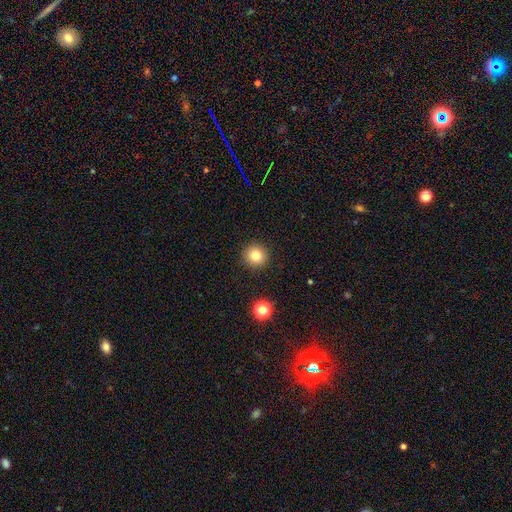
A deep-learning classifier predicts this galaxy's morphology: A smooth galaxy with no disk features (81%) that is round (95%).

Vote fractions:
- Smooth or featured? smooth: 81% / star or artifact: 12% / featured or disk: 7%
- How rounded? round: 95% / in between: 4% / cigar-shaped: 1%
- Merging? none: 92% / minor disturbance: 5% / major disturbance: 2% / merger: 1%